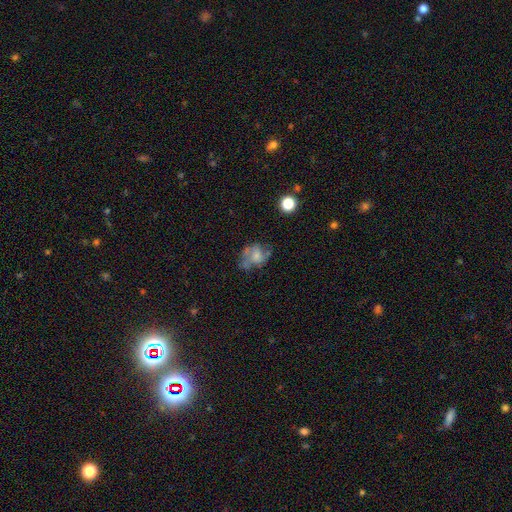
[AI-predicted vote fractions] Smooth or featured? Predicted: featured or disk (p=0.49). Merging? Predicted: none (p=0.40).